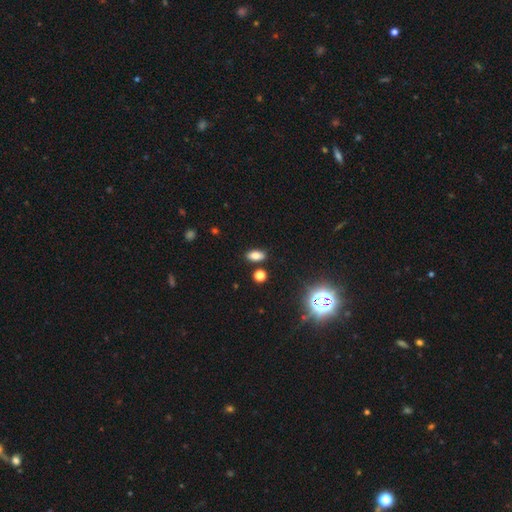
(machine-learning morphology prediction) Smooth or featured? smooth (77%)
How rounded? in between (86%)
Merging? none (85%)